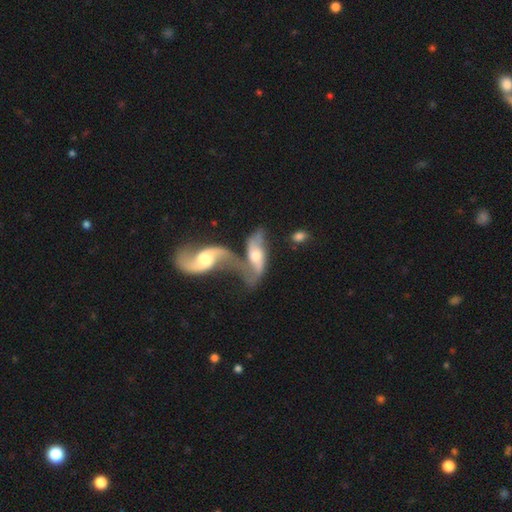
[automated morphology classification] Smooth or featured? Predicted: featured or disk (p=0.74). Edge-on disk? Predicted: no (p=0.88). Bar? Predicted: no (p=0.50). Spiral arms? Predicted: yes (p=0.83). Spiral winding? Predicted: loose (p=0.74). Spiral arm count? Predicted: 2 (p=0.85). Bulge size? Predicted: moderate (p=0.63). Merging? Predicted: merger (p=0.71).